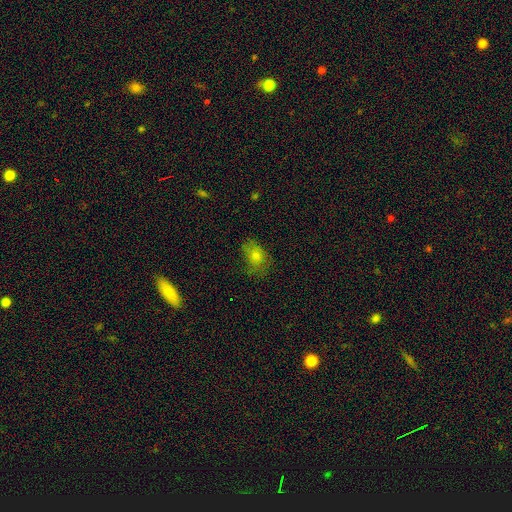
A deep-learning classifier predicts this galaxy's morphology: This is likely a smooth galaxy (67%). How rounded: likely in between (66%). Merging: likely none (62%).